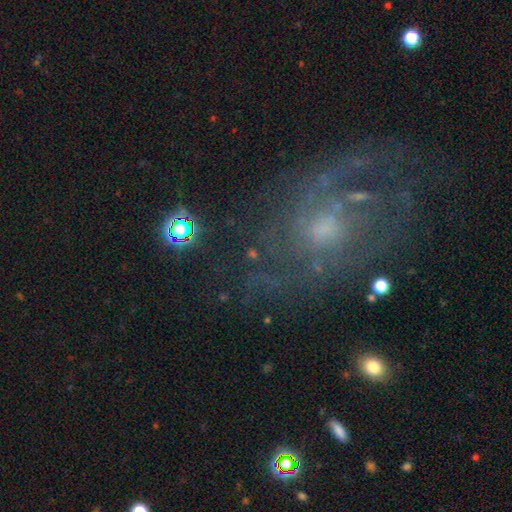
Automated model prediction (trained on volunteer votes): This is likely a featured or disk galaxy (75%). It is clearly not viewed edge-on (96%). Bar: likely no (69%). Spiral arm pattern: clearly yes (85%). Spiral arm count: marginally can't tell (42%). Spiral winding: marginally medium (40%). Central bulge: marginally small (43%). Merging: likely none (64%).